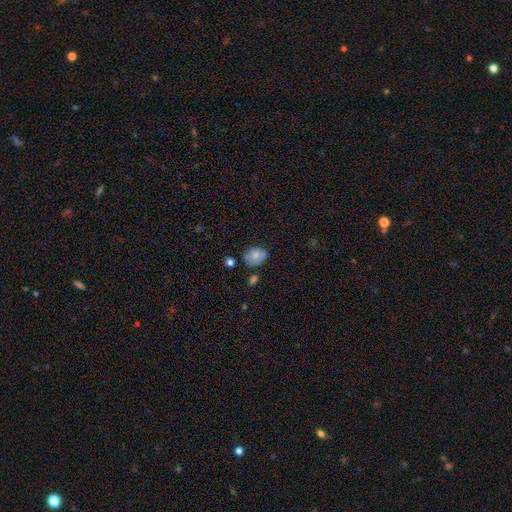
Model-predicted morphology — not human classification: Smooth or featured?
  - smooth: 77% *
  - featured or disk: 13%
  - star or artifact: 10%
How rounded?
  - round: 51% *
  - in between: 48%
  - cigar-shaped: 1%
Merging?
  - none: 62% *
  - minor disturbance: 25%
  - merger: 7%
  - major disturbance: 6%